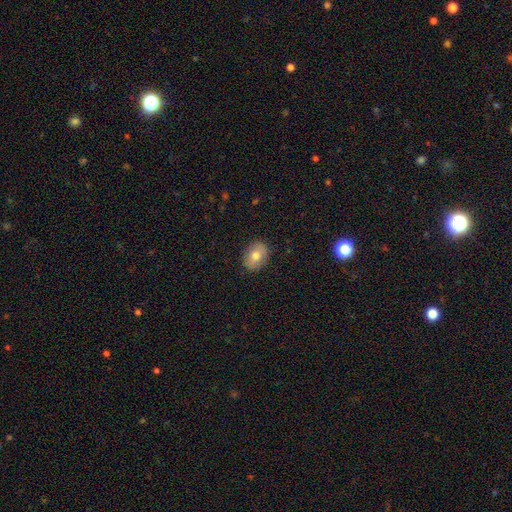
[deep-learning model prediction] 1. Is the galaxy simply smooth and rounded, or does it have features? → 74% smooth, 18% featured or disk, 7% star or artifact.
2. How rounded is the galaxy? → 70% in between, 29% round, 1% cigar-shaped.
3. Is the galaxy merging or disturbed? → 86% none, 10% minor disturbance, 2% major disturbance, 1% merger.